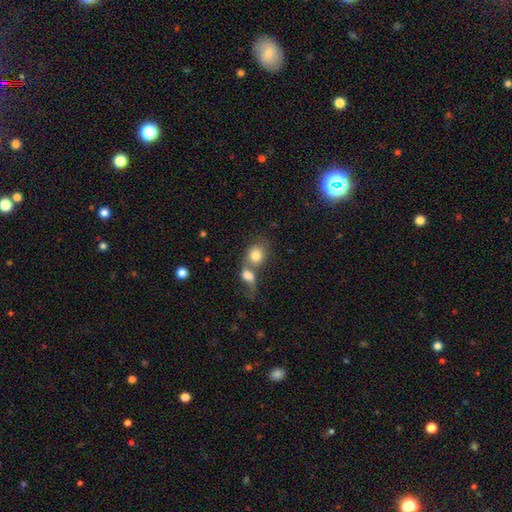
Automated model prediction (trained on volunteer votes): smooth_or_featured: smooth (p=0.78) [alt: featured or disk p=0.14]
how_rounded: round (p=0.60) [alt: in between p=0.38]
merging: merger (p=0.67) [alt: none p=0.20]